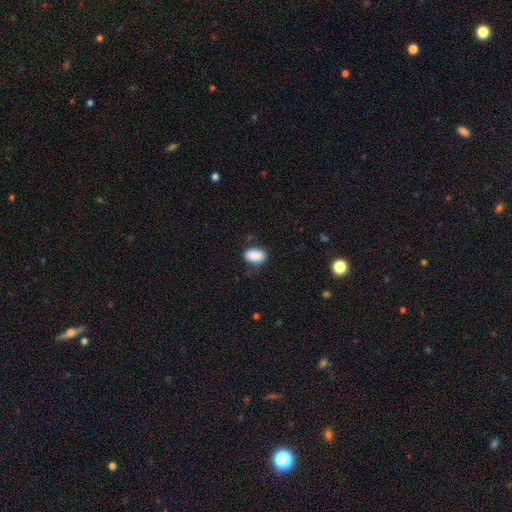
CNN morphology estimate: Smooth or featured?
  - smooth: 90% *
  - star or artifact: 7%
  - featured or disk: 3%
How rounded?
  - in between: 89% *
  - round: 10%
  - cigar-shaped: 1%
Merging?
  - none: 78% *
  - minor disturbance: 16%
  - major disturbance: 4%
  - merger: 2%